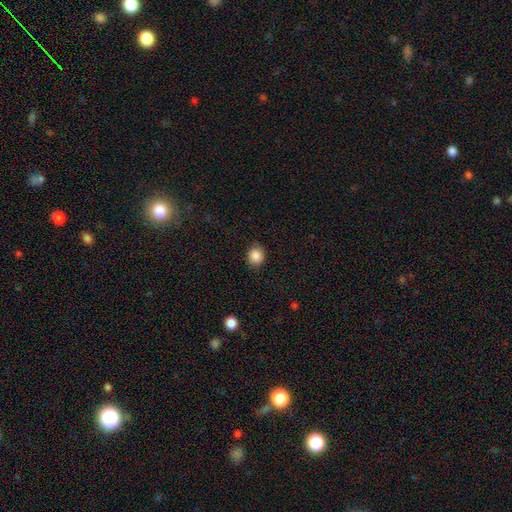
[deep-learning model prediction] A smooth galaxy with no disk features (87%) that is round (76%).

Vote fractions:
- Smooth or featured? smooth: 87% / star or artifact: 9% / featured or disk: 4%
- How rounded? round: 76% / in between: 23% / cigar-shaped: 1%
- Merging? none: 84% / minor disturbance: 12% / major disturbance: 3% / merger: 1%